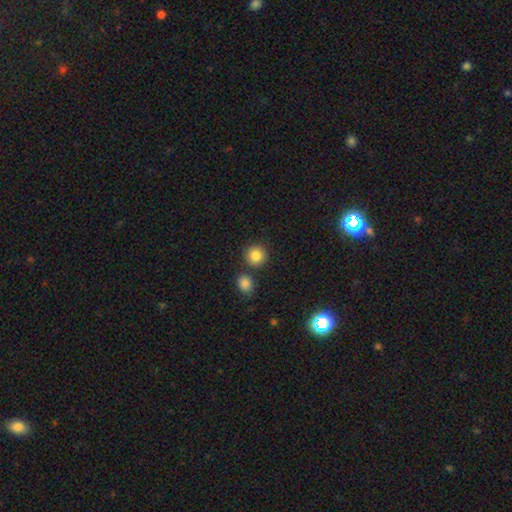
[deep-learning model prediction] The model was most divided on "merging": none: 81%, merger: 9%, minor disturbance: 7%, major disturbance: 2%. More confident: how rounded — round (92%); smooth or featured — smooth (84%).